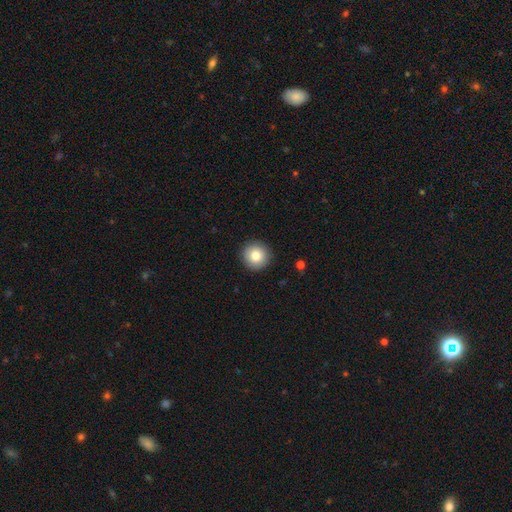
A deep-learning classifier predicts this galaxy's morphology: The model was most divided on "smooth or featured": smooth: 80%, featured or disk: 11%, star or artifact: 9%. More confident: how rounded — round (96%); merging — none (92%).